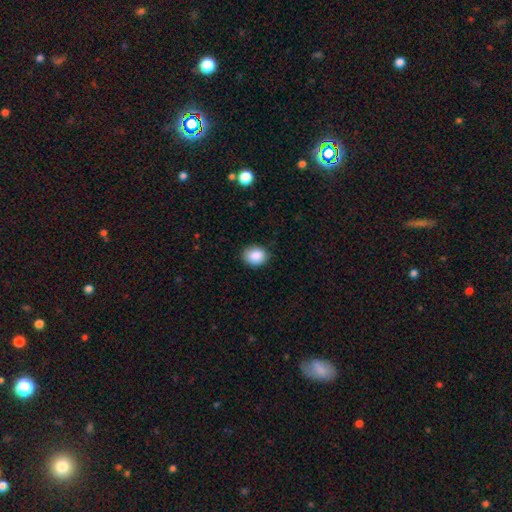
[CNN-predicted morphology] smooth-or-featured: smooth: 88% | star or artifact: 8% | featured or disk: 3%
  how-rounded: round: 58% | in between: 41% | cigar-shaped: 1%
  merging: none: 83% | minor disturbance: 13% | major disturbance: 2% | merger: 1%